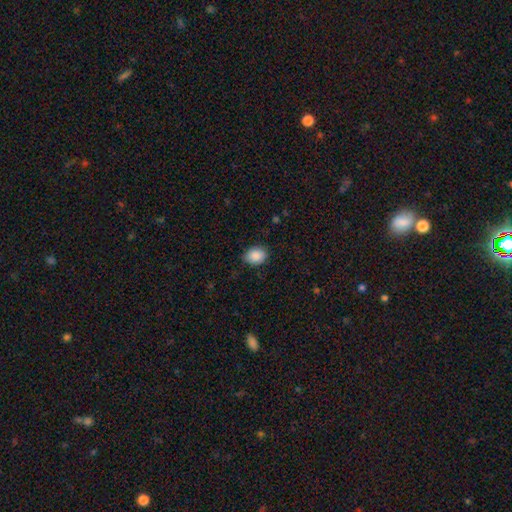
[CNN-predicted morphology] Smooth or featured: smooth — 89% (star or artifact — 8%)
How rounded: in between — 63% (round — 36%)
Merging: none — 83% (minor disturbance — 13%)